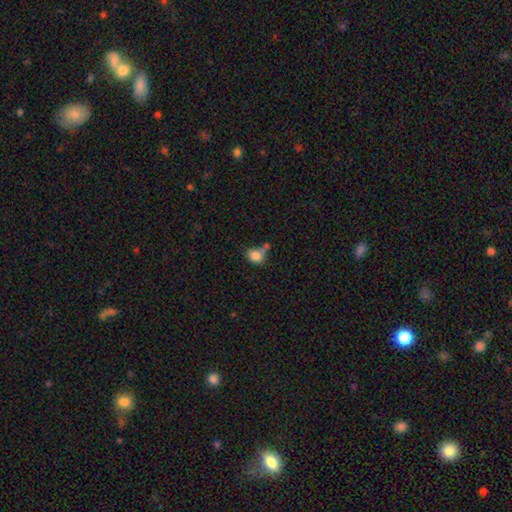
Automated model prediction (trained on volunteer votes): Smooth or featured: smooth — 82% (star or artifact — 10%)
How rounded: in between — 56% (round — 43%)
Merging: none — 42% (merger — 30%)